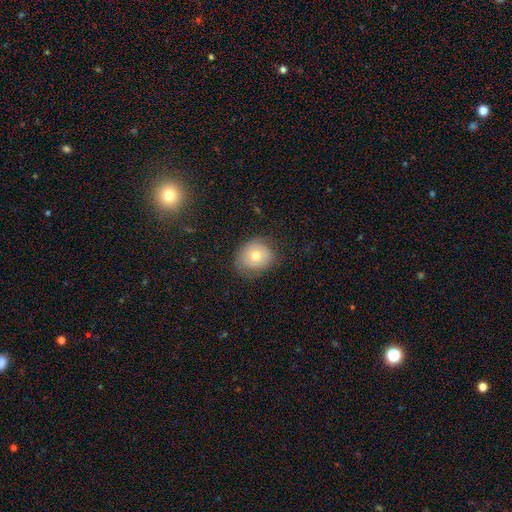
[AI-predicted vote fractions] smooth 68%, featured or disk 22%, star or artifact 10%. Down the decision tree: how rounded — round (70%); merging — none (69%).